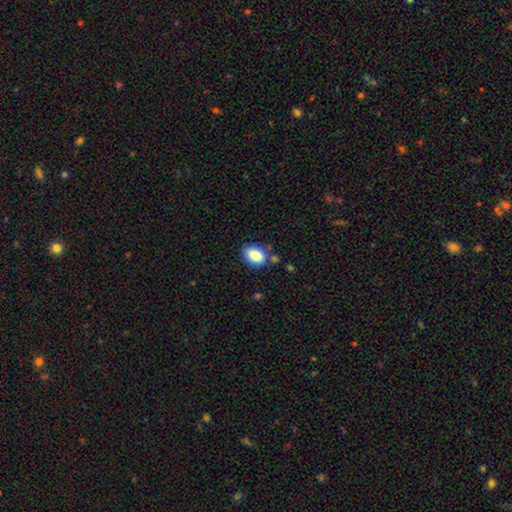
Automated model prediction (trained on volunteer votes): Smooth or featured? Predicted: smooth (p=0.87). How rounded? Predicted: in between (p=0.81). Merging? Predicted: none (p=0.74).